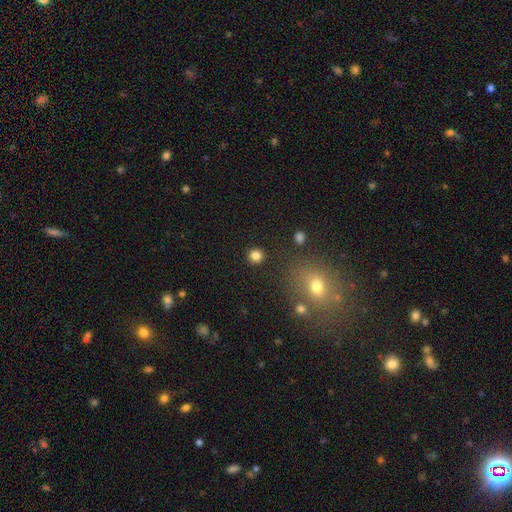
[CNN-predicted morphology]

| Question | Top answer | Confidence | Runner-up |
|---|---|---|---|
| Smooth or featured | smooth | 83% | star or artifact (12%) |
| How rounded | round | 92% | in between (7%) |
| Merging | none | 89% | minor disturbance (6%) |